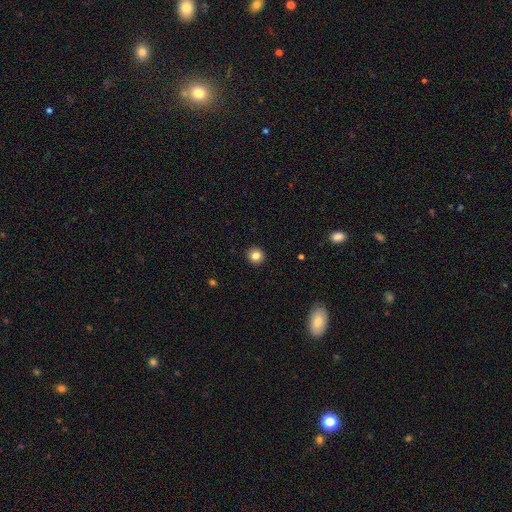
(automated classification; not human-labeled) Smooth or featured? Predicted: smooth (p=0.83). How rounded? Predicted: round (p=0.93). Merging? Predicted: none (p=0.93).